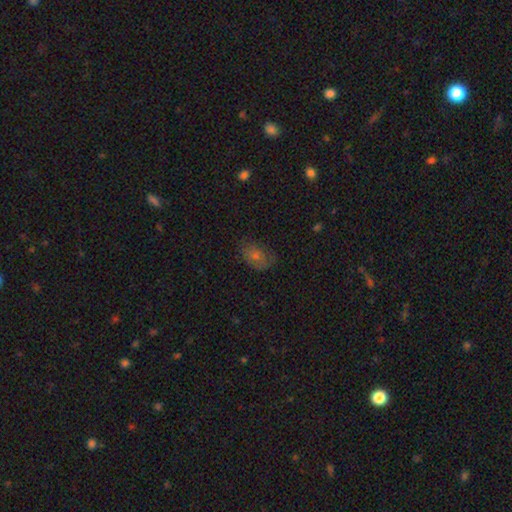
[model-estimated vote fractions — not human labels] A smooth galaxy with no disk features (62%) that is in between round and cigar-shaped (80%). Merging: none (66%).